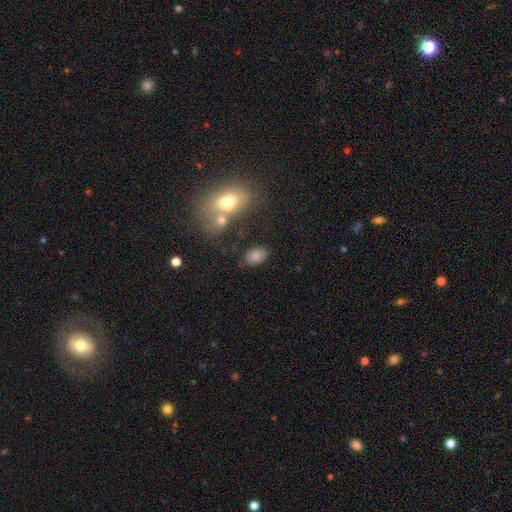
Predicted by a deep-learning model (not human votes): smooth-or-featured: smooth: 80% | star or artifact: 11% | featured or disk: 10%
  how-rounded: in between: 86% | round: 12% | cigar-shaped: 1%
  merging: none: 75% | minor disturbance: 14% | merger: 7% | major disturbance: 5%